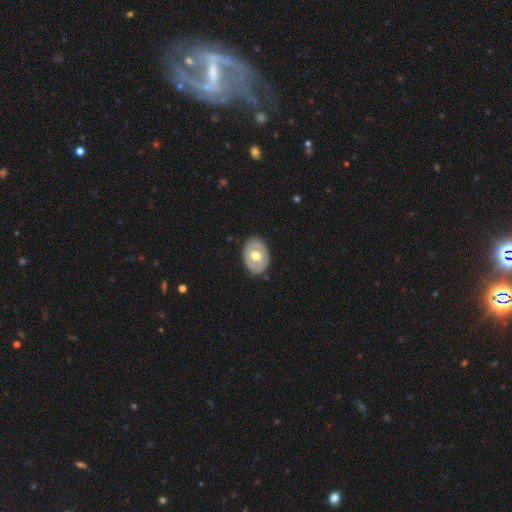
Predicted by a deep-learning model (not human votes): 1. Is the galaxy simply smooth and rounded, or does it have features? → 49% smooth, 47% featured or disk, 5% star or artifact.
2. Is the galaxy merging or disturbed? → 83% none, 13% minor disturbance, 3% major disturbance, 1% merger.